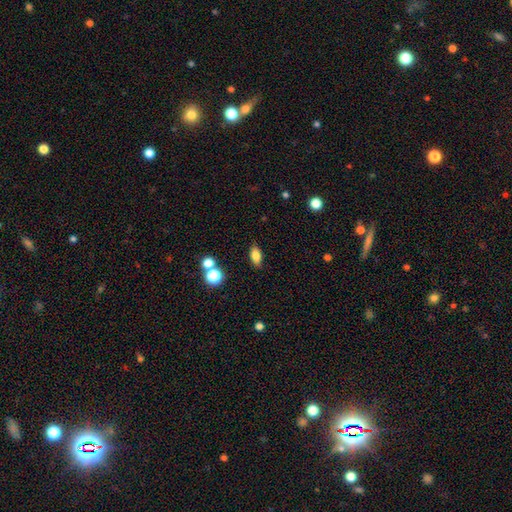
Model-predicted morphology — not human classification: A smooth galaxy with no disk features (80%) that is in between round and cigar-shaped (83%). Merging: none (85%).